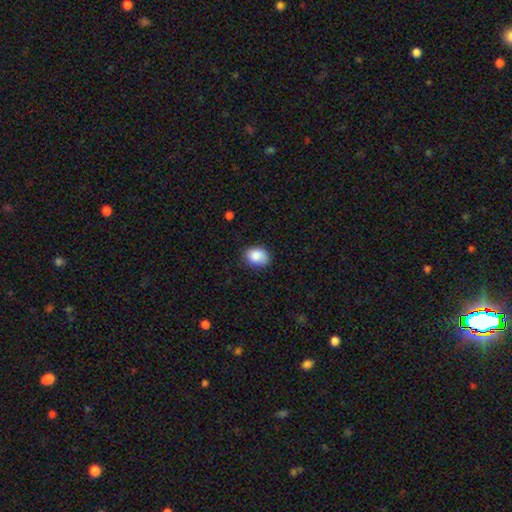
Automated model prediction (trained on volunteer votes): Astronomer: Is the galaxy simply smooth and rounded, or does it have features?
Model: smooth — 86%.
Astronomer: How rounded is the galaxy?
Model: in between — 69%.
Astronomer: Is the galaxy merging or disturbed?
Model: none — 75%.